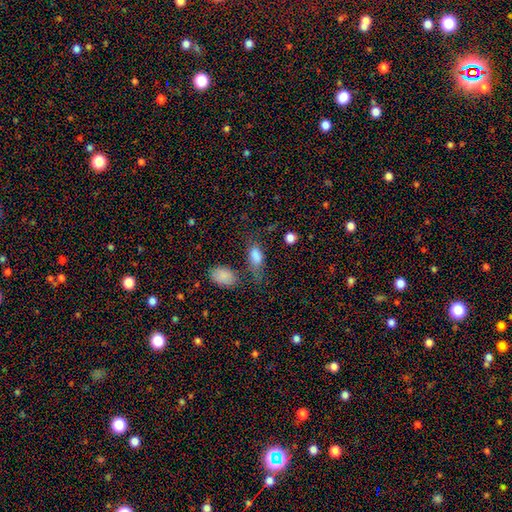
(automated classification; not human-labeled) This is likely a smooth galaxy (78%). How rounded: clearly in between (84%). Merging: marginally none (42%).